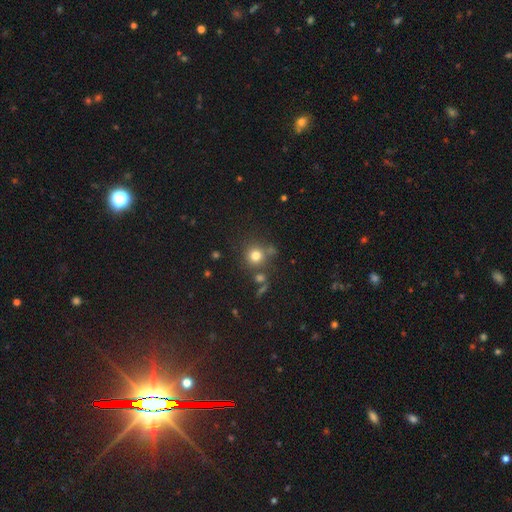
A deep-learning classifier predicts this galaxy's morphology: Smooth or featured? Predicted: smooth (p=0.76). How rounded? Predicted: round (p=0.91). Merging? Predicted: none (p=0.74).